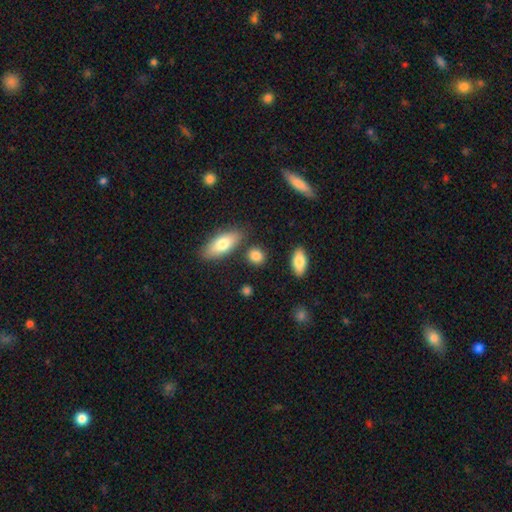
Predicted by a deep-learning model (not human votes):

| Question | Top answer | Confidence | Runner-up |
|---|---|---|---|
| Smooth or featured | smooth | 84% | star or artifact (8%) |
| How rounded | round | 53% | in between (41%) |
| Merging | none | 79% | minor disturbance (11%) |